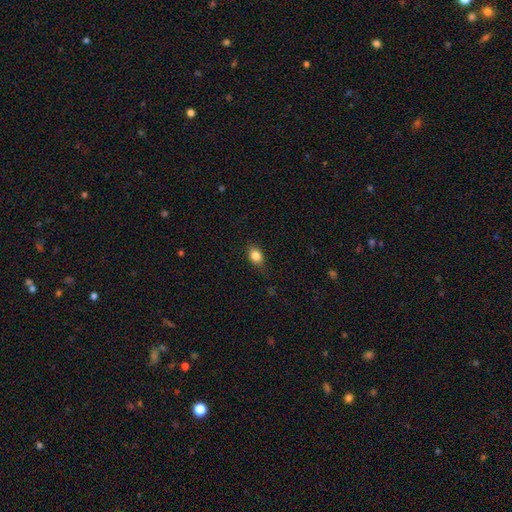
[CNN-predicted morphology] Q: Smooth or featured?
A: smooth (83%); runner-up: star or artifact (9%)
Q: How rounded?
A: in between (71%); runner-up: round (26%)
Q: Merging?
A: none (76%); runner-up: minor disturbance (19%)